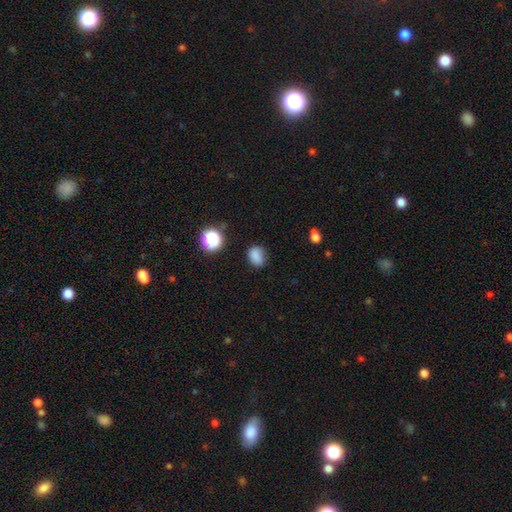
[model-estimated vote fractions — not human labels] Overall: smooth (82%). How rounded: in between (52%; round 47%). Merging: none (77%).